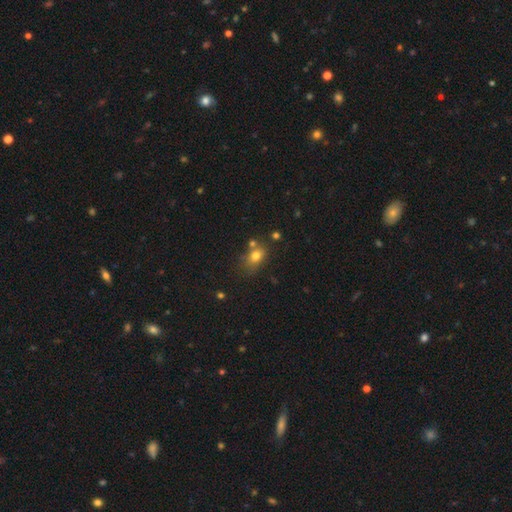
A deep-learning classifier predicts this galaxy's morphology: Smooth or featured? Predicted: smooth (p=0.76). How rounded? Predicted: in between (p=0.67). Merging? Predicted: none (p=0.55).